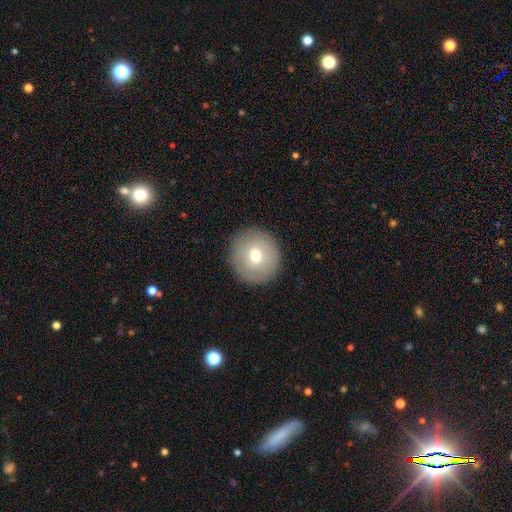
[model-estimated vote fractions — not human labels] This is likely a smooth galaxy (69%). How rounded: clearly round (93%). Merging: clearly none (90%).